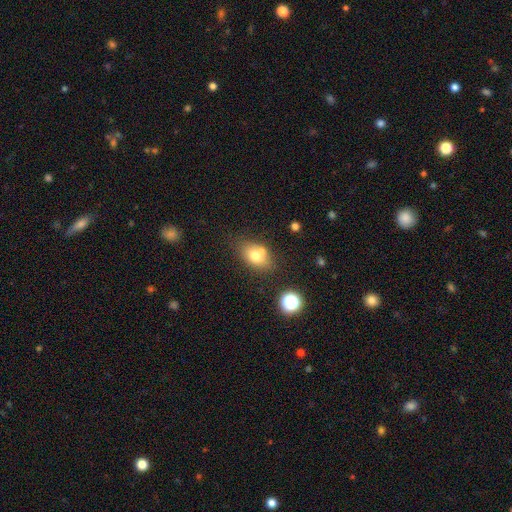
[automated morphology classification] type=smooth (73%); roundness=in between (75%); merging=none (61%).